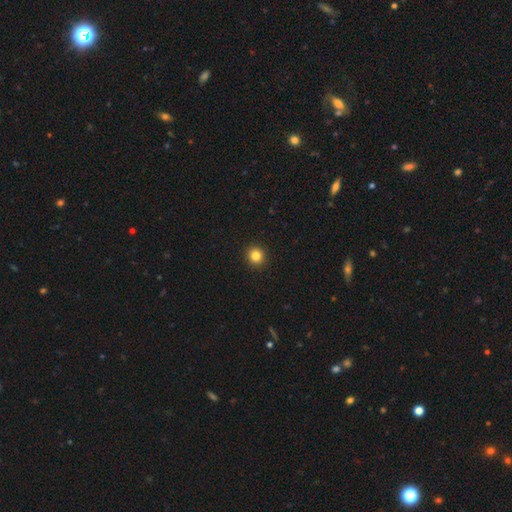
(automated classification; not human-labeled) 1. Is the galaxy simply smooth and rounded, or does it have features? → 83% smooth, 12% star or artifact, 5% featured or disk.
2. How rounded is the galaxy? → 93% round, 6% in between, 1% cigar-shaped.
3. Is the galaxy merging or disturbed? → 93% none, 4% minor disturbance, 1% major disturbance, 1% merger.